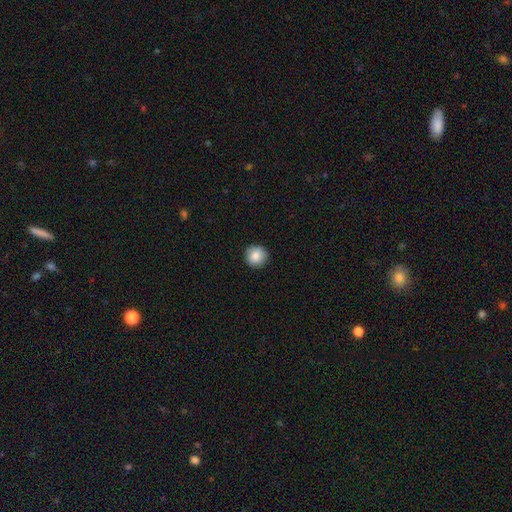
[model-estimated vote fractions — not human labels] Overall: smooth (87%). How rounded: round (95%). Merging: none (91%).